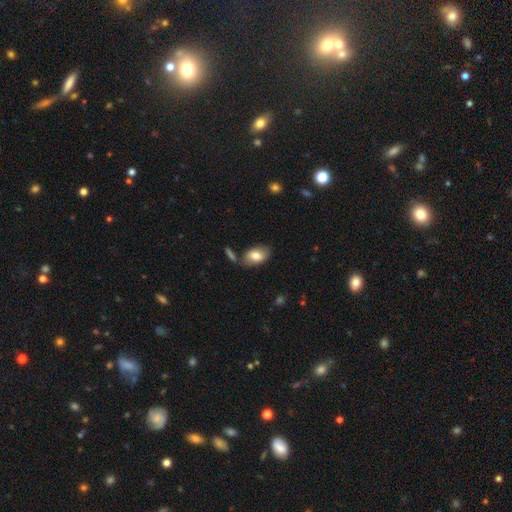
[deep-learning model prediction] smooth-or-featured: smooth: 78% | featured or disk: 15% | star or artifact: 7%
  how-rounded: in between: 92% | round: 6% | cigar-shaped: 2%
  merging: none: 72% | minor disturbance: 17% | merger: 8% | major disturbance: 4%